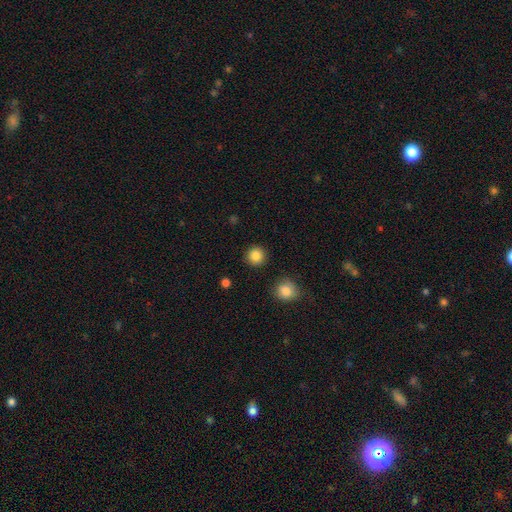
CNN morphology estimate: A smooth galaxy with no disk features (87%) that is round (94%). Merging: none (91%).